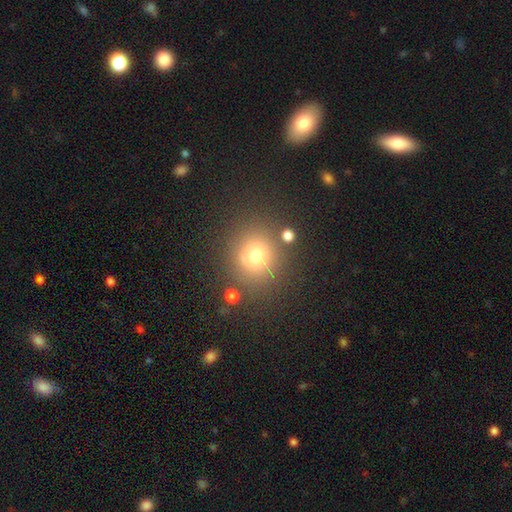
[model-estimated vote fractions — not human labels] The model was most divided on "smooth or featured": smooth: 72%, star or artifact: 17%, featured or disk: 11%. More confident: how rounded — round (87%); merging — none (78%).